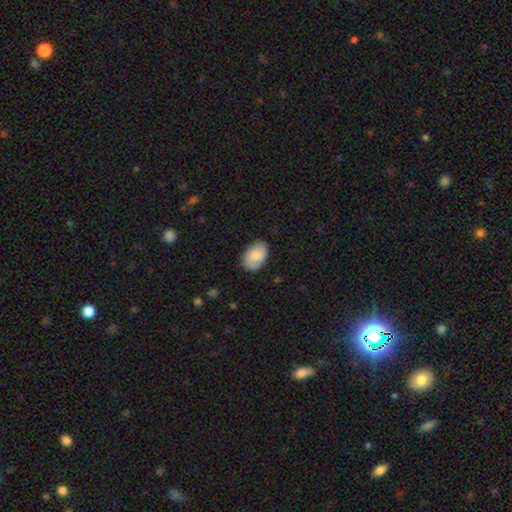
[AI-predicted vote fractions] A smooth galaxy with no disk features (83%) that is in between round and cigar-shaped (90%). Merging: none (83%).